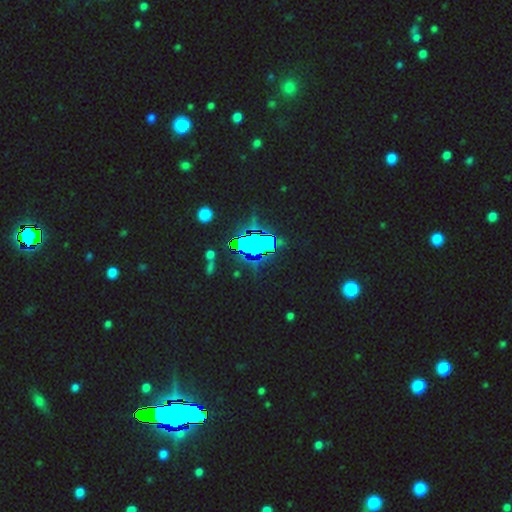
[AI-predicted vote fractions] Overall: star or artifact (84%).